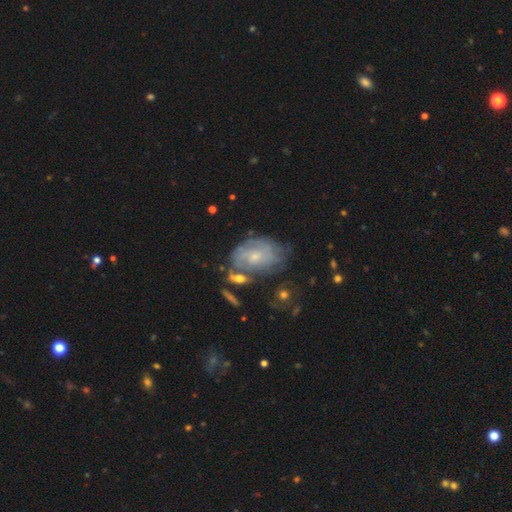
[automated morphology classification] The model was most divided on "merging": none: 51%, minor disturbance: 24%, major disturbance: 13%, merger: 12%. More confident: edge-on disk — no (95%); bar — no (76%); bulge size — small (69%); spiral arms — yes (69%); smooth or featured — featured or disk (62%).